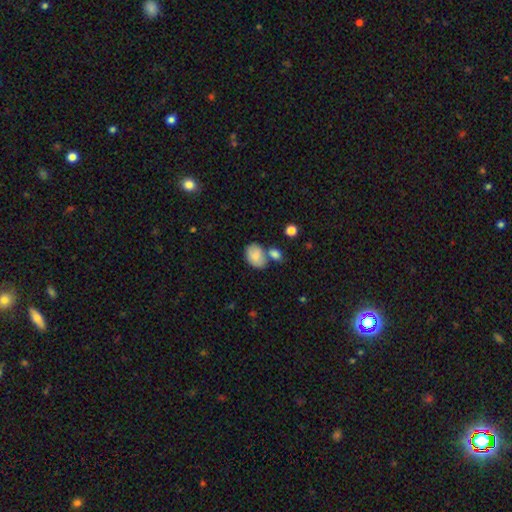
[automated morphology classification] A smooth galaxy with no disk features (81%) that is in between round and cigar-shaped (80%).

Vote fractions:
- Smooth or featured? smooth: 81% / featured or disk: 12% / star or artifact: 7%
- How rounded? in between: 80% / round: 19% / cigar-shaped: 1%
- Merging? none: 45% / merger: 32% / minor disturbance: 17% / major disturbance: 5%